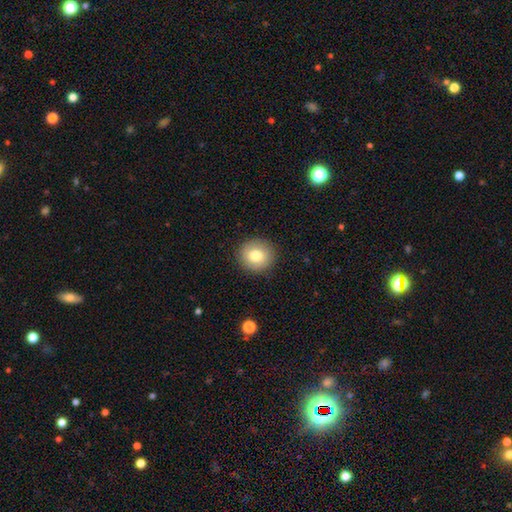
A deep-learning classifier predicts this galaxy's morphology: Smooth or featured?
  - smooth: 79% *
  - featured or disk: 11%
  - star or artifact: 9%
How rounded?
  - round: 90% *
  - in between: 9%
  - cigar-shaped: 1%
Merging?
  - none: 91% *
  - minor disturbance: 6%
  - major disturbance: 2%
  - merger: 1%